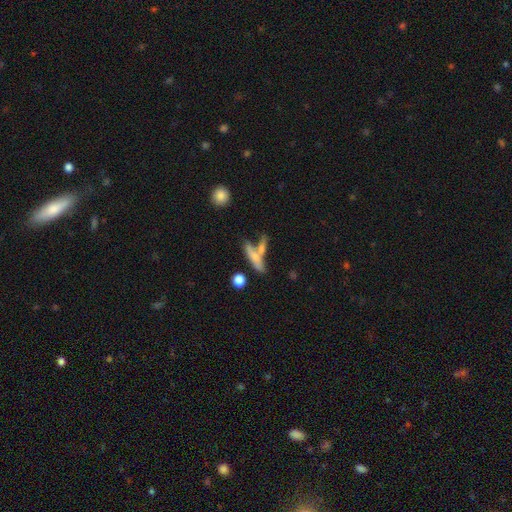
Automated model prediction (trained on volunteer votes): Overall: smooth (58%; featured or disk 33%). How rounded: cigar-shaped (69%). Merging: none (44%; merger 37%).